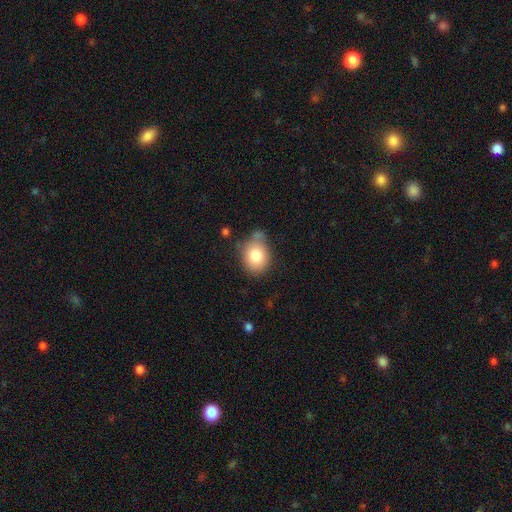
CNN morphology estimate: A smooth galaxy with no disk features (81%) that is round (51%). Merging: none (58%).